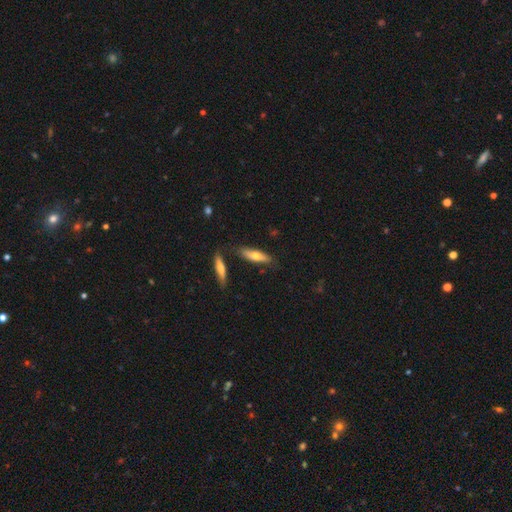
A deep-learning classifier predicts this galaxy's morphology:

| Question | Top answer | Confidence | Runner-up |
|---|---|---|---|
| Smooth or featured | smooth | 56% | featured or disk (38%) |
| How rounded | cigar-shaped | 68% | in between (30%) |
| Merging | none | 75% | minor disturbance (15%) |